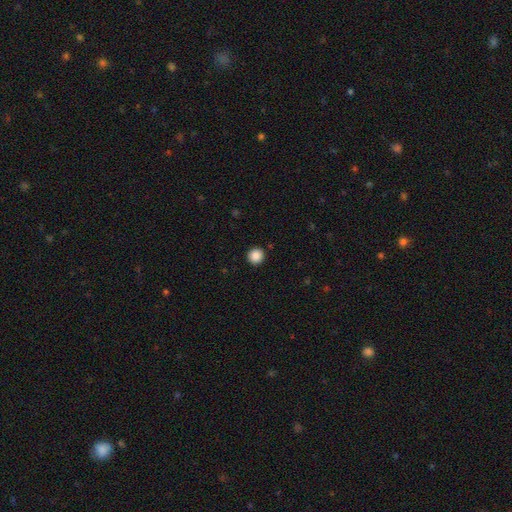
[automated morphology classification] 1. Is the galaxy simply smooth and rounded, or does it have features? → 88% smooth, 9% star or artifact, 3% featured or disk.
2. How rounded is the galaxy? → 95% round, 4% in between, 1% cigar-shaped.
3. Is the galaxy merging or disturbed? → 93% none, 5% minor disturbance, 2% major disturbance, 1% merger.